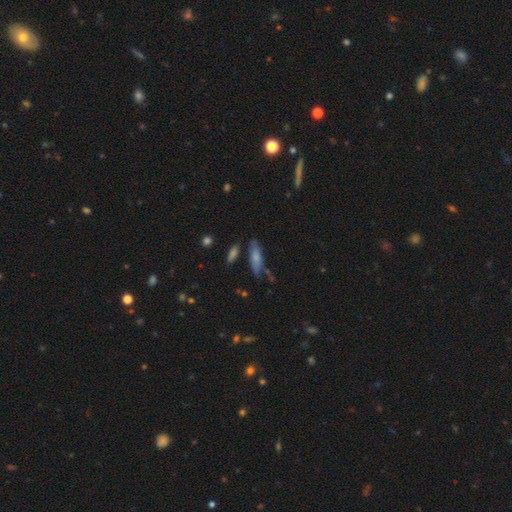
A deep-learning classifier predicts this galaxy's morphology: This is possibly a smooth galaxy (57%). How rounded: possibly cigar-shaped (58%). Merging: likely none (69%).